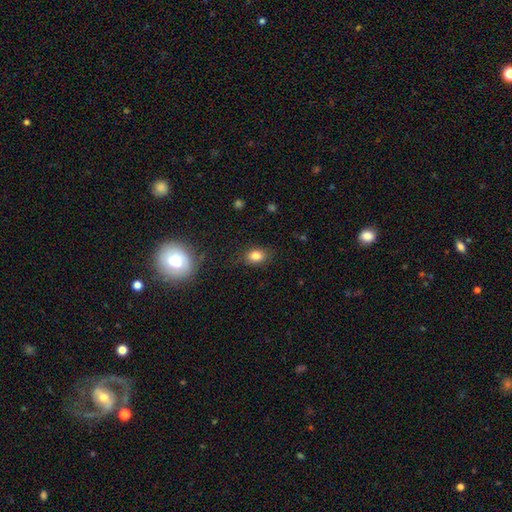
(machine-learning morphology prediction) Smooth or featured: smooth — 80% (star or artifact — 12%)
How rounded: in between — 73% (round — 26%)
Merging: none — 81% (minor disturbance — 14%)